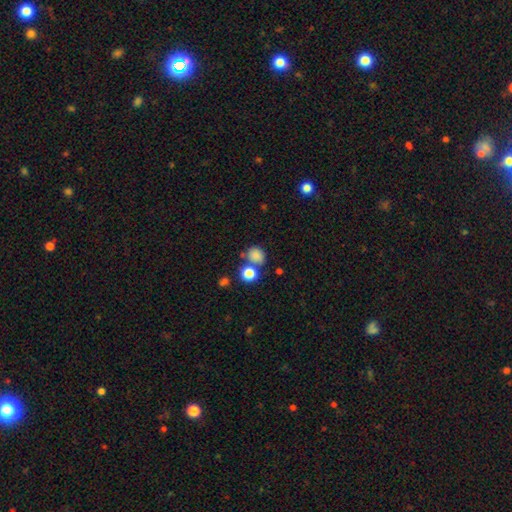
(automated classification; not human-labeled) Q: Smooth or featured?
A: smooth (81%); runner-up: star or artifact (13%)
Q: How rounded?
A: round (76%); runner-up: in between (23%)
Q: Merging?
A: none (61%); runner-up: merger (22%)